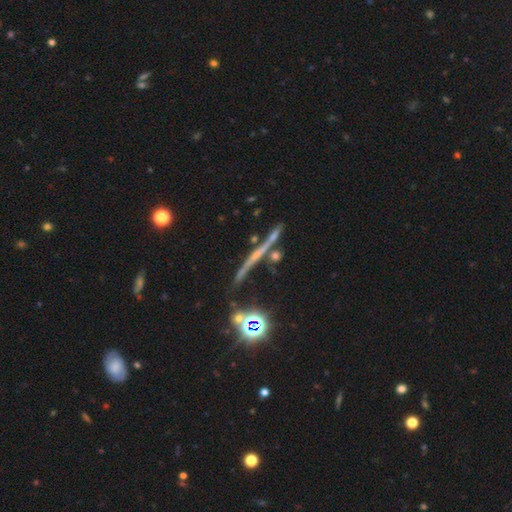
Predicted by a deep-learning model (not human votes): Smooth or featured: featured or disk — 55% (star or artifact — 24%)
Edge-on disk: yes — 92% (no — 8%)
Edge-on bulge: none — 70% (rounded — 22%)
Merging: none — 73% (minor disturbance — 12%)